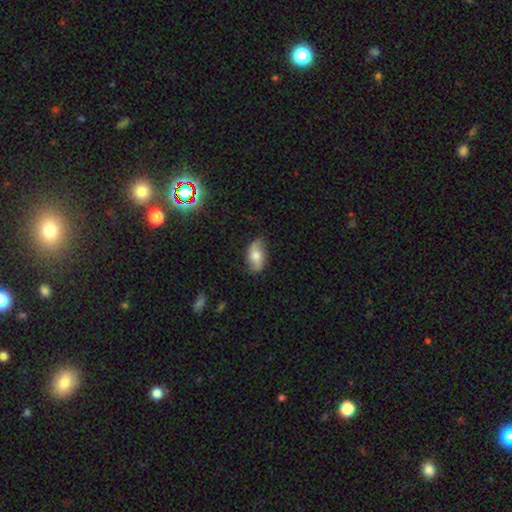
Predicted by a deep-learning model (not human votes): A featured or disk galaxy (47%).

Vote fractions:
- Smooth or featured? featured or disk: 47% / smooth: 45% / star or artifact: 8%
- Merging? none: 73% / minor disturbance: 21% / major disturbance: 5% / merger: 1%